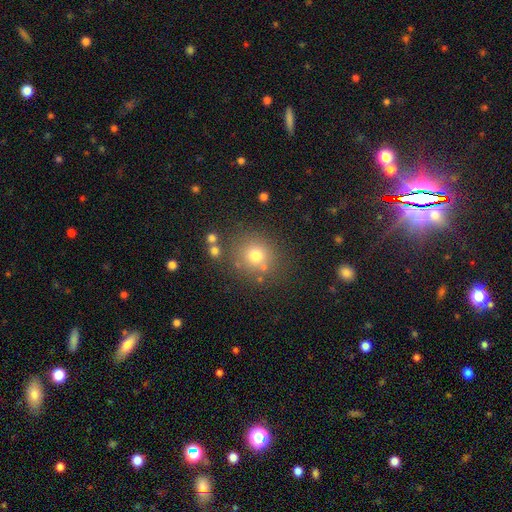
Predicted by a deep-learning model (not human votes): Q: Smooth or featured?
A: smooth (73%); runner-up: star or artifact (17%)
Q: How rounded?
A: round (88%); runner-up: in between (11%)
Q: Merging?
A: none (79%); runner-up: minor disturbance (10%)